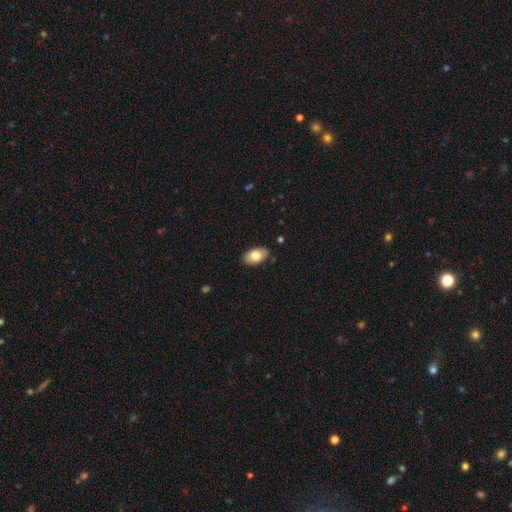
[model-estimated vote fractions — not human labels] Overall: smooth (74%). How rounded: in between (92%). Merging: none (85%).